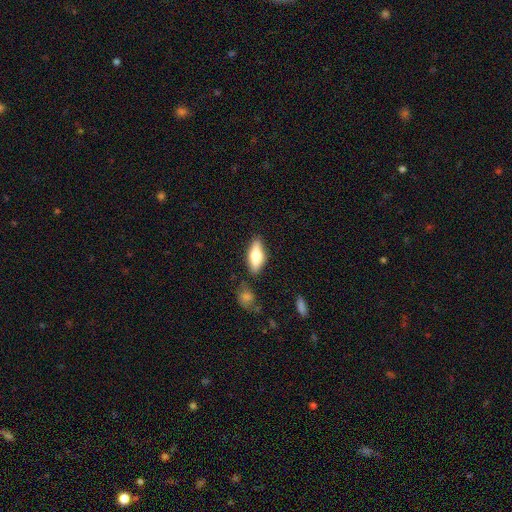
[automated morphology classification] Smooth or featured? smooth (62%)
How rounded? in between (71%)
Merging? none (80%)